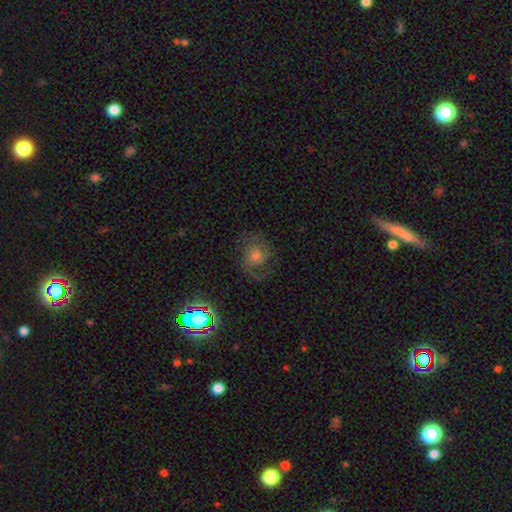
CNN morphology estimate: Overall: featured or disk (61%; smooth 24%). Edge-on disk: no (97%). Bar: no (75%). Spiral arms: yes (91%). Spiral arm count: 2 (65%). Spiral winding: medium (48%; tight 30%). Bulge size: moderate (47%; small 39%). Merging: none (67%).